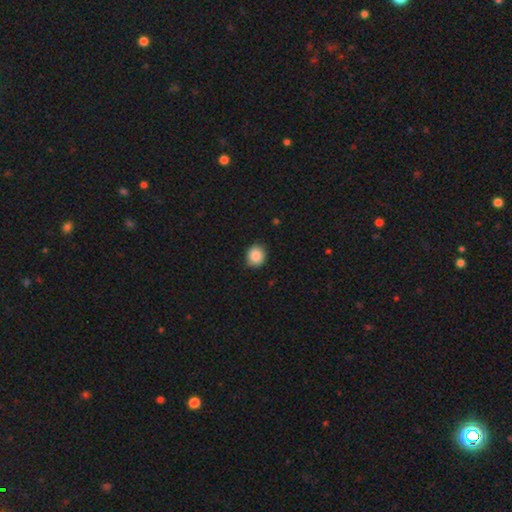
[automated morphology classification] smooth 88%, star or artifact 8%, featured or disk 4%. Down the decision tree: how rounded — round (79%); merging — none (84%).